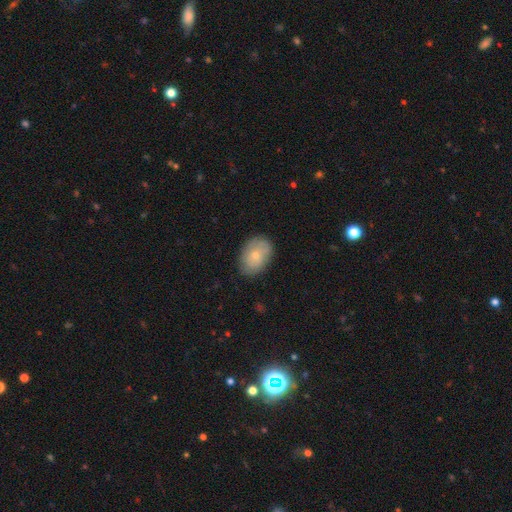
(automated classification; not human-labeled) Smooth or featured? Predicted: smooth (p=0.71). How rounded? Predicted: in between (p=0.81). Merging? Predicted: none (p=0.79).